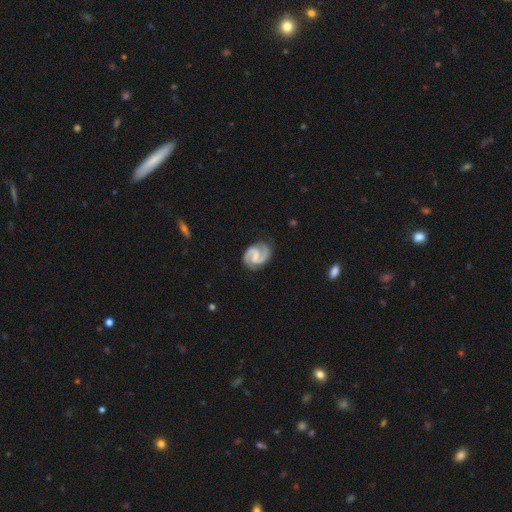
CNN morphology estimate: Overall: featured or disk (91%). Edge-on disk: no (98%). Bar: weak (53%; no 25%). Spiral arms: yes (98%). Spiral arm count: 2 (94%). Spiral winding: medium (55%; tight 32%). Bulge size: small (41%; none 34%). Merging: none (83%).